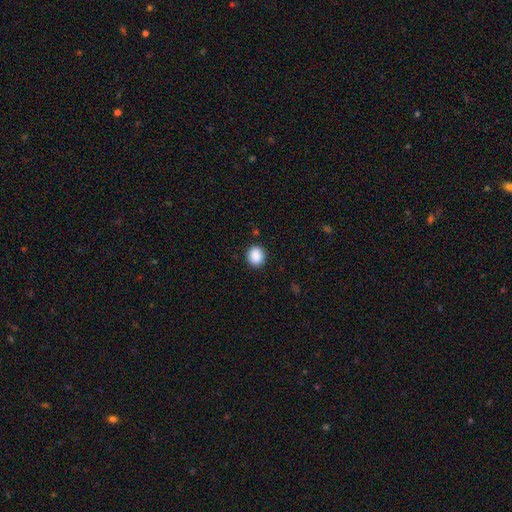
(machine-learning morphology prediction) This is clearly a smooth galaxy (89%). How rounded: likely round (73%). Merging: clearly none (89%).